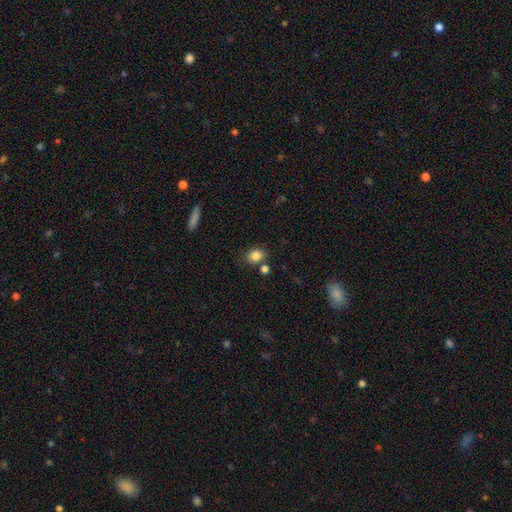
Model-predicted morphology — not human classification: This appears to be a smooth galaxy with no disk features (84%) that is in between round and cigar-shaped (56%). Merging: none (71%).